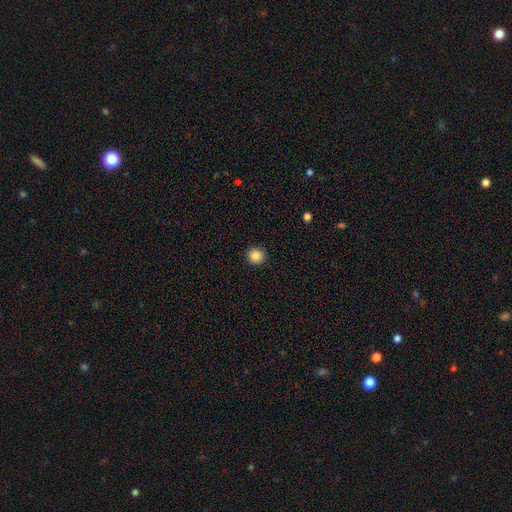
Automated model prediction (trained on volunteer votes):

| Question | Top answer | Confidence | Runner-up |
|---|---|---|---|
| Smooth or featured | smooth | 86% | star or artifact (10%) |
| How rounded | round | 95% | in between (4%) |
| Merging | none | 92% | minor disturbance (5%) |